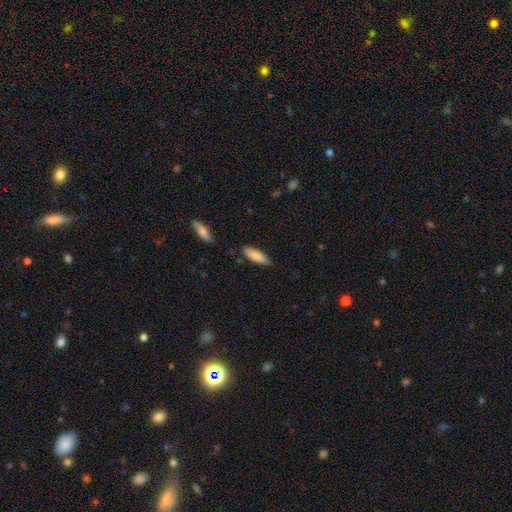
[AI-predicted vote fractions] A smooth galaxy with no disk features (85%) that is in between round and cigar-shaped (55%).

Vote fractions:
- Smooth or featured? smooth: 85% / featured or disk: 10% / star or artifact: 6%
- How rounded? in between: 55% / cigar-shaped: 44% / round: 2%
- Merging? none: 80% / minor disturbance: 14% / merger: 3% / major disturbance: 3%